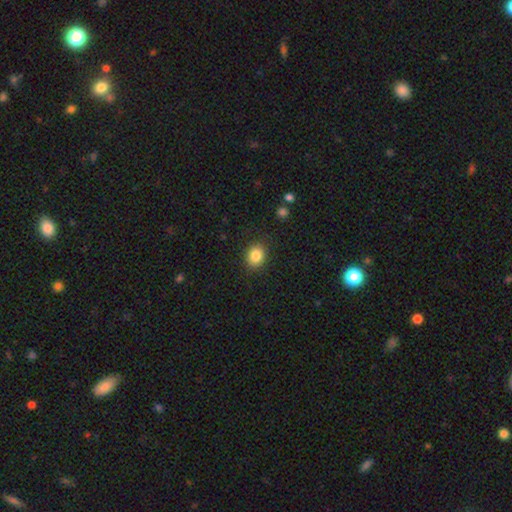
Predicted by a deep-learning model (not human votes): The model was most divided on "how rounded": round: 55%, in between: 45%, cigar-shaped: 1%. More confident: merging — none (88%); smooth or featured — smooth (84%).